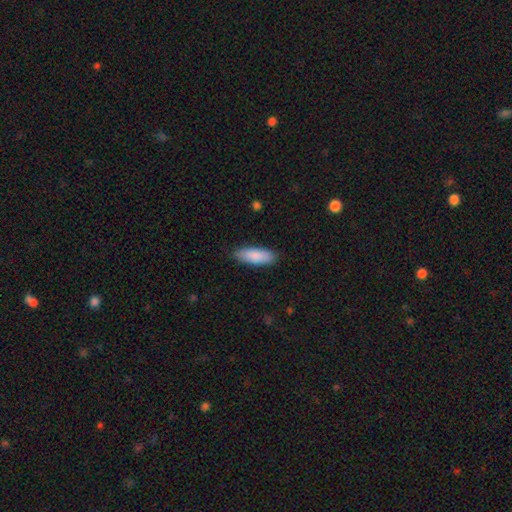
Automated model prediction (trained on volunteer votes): This is clearly a smooth galaxy (87%). How rounded: likely in between (67%). Merging: clearly none (85%).